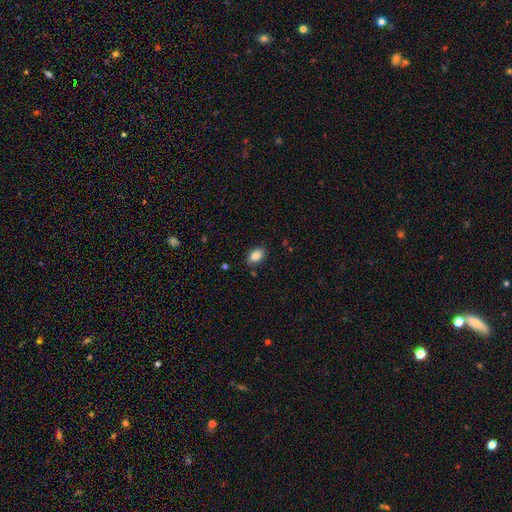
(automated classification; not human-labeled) Q: Smooth or featured?
A: smooth (85%); runner-up: star or artifact (8%)
Q: How rounded?
A: in between (87%); runner-up: round (11%)
Q: Merging?
A: none (86%); runner-up: minor disturbance (10%)